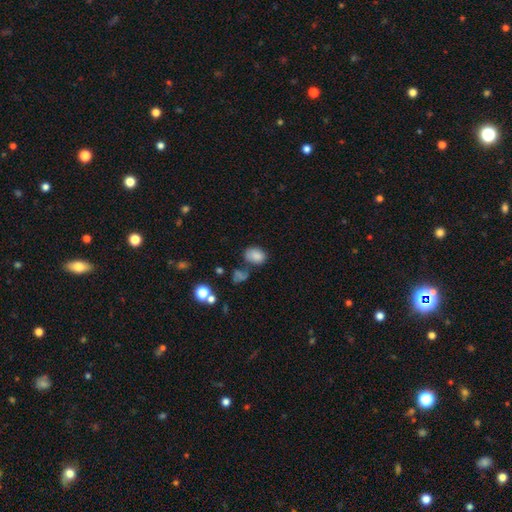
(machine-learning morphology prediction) Smooth or featured?
  - smooth: 82% *
  - star or artifact: 11%
  - featured or disk: 7%
How rounded?
  - in between: 73% *
  - round: 25%
  - cigar-shaped: 1%
Merging?
  - none: 58% *
  - minor disturbance: 20%
  - merger: 15%
  - major disturbance: 7%